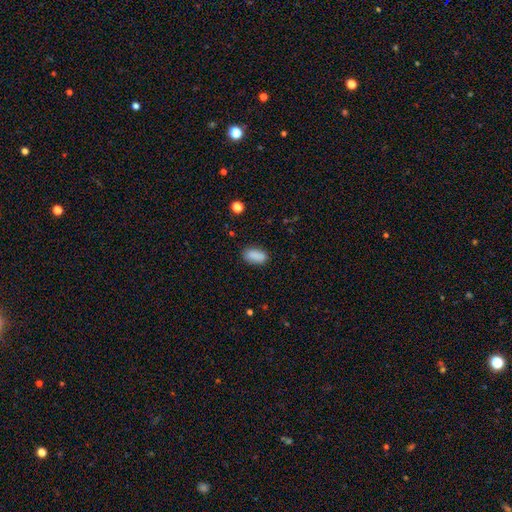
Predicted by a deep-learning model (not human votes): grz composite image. It shows a smooth galaxy with no disk features (87%) that is in between round and cigar-shaped (89%). Merging: none (82%).